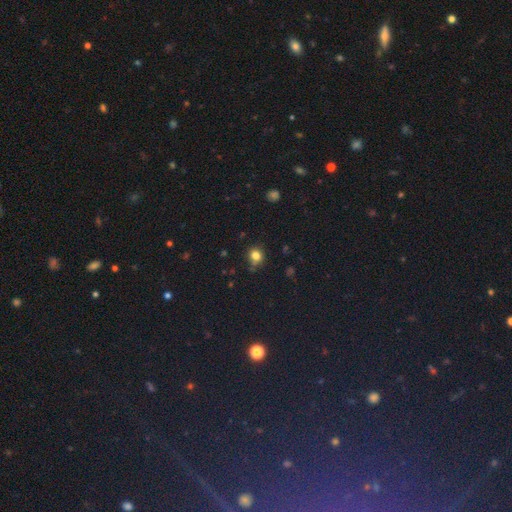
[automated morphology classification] Smooth or featured? Predicted: smooth (p=0.81). How rounded? Predicted: round (p=0.83). Merging? Predicted: none (p=0.75).